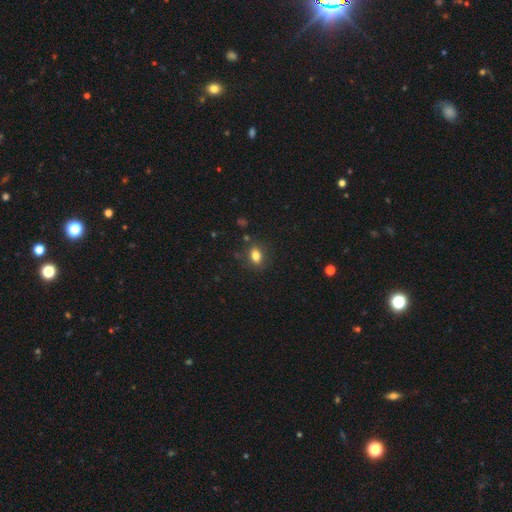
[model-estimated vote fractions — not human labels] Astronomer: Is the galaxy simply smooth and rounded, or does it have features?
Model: smooth — 81%.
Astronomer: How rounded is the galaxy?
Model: in between — 74%.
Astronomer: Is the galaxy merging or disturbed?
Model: none — 83%.